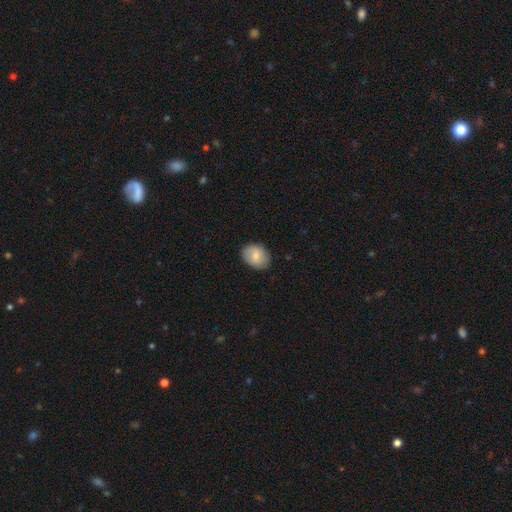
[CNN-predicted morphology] type=smooth (74%); roundness=in between (67%); merging=none (83%).